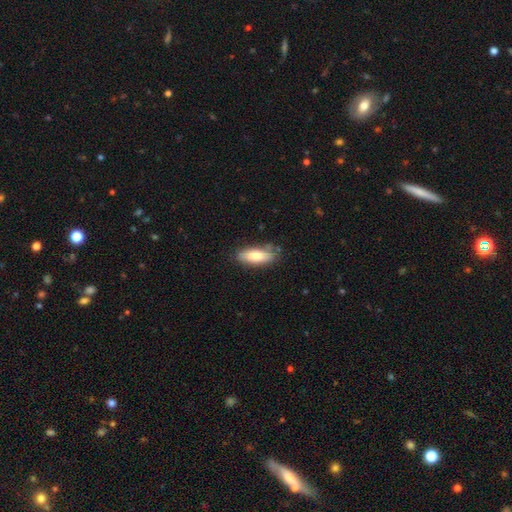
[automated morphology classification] The model was most divided on "how rounded": in between: 71%, cigar-shaped: 27%, round: 2%. More confident: smooth or featured — smooth (79%); merging — none (77%).